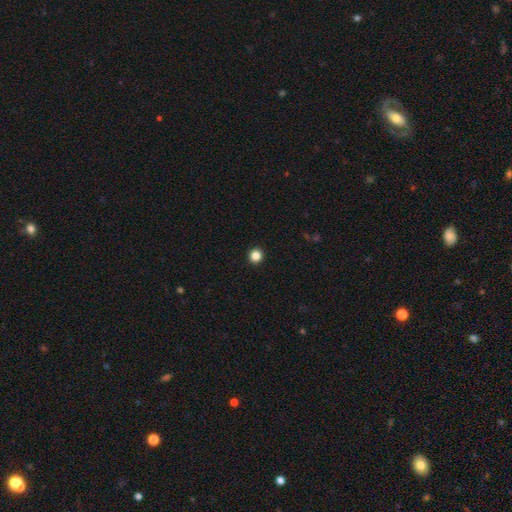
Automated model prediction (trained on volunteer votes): The model was most divided on "smooth or featured": smooth: 85%, star or artifact: 12%, featured or disk: 3%. More confident: merging — none (94%); how rounded — round (93%).